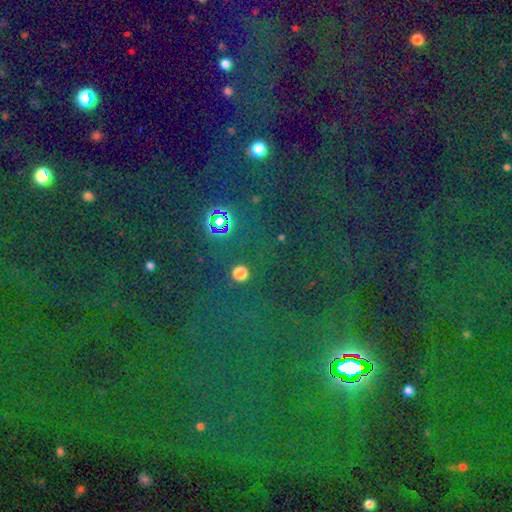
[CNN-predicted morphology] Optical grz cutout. It shows a star or artifact, not a galaxy (83%).